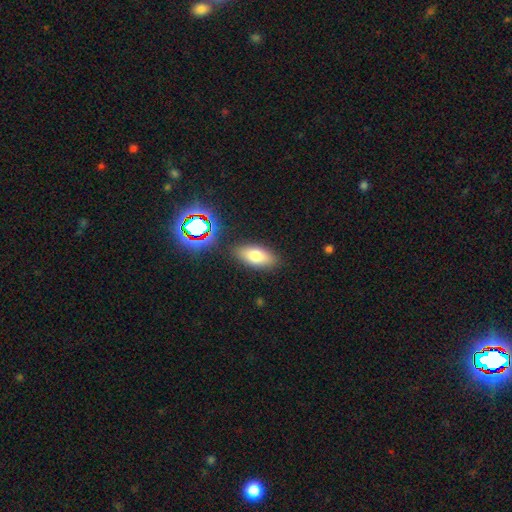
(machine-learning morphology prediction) A smooth galaxy with no disk features (76%) that is in between round and cigar-shaped (86%).

Vote fractions:
- Smooth or featured? smooth: 76% / featured or disk: 14% / star or artifact: 10%
- How rounded? in between: 86% / cigar-shaped: 9% / round: 4%
- Merging? none: 83% / minor disturbance: 11% / merger: 3% / major disturbance: 3%